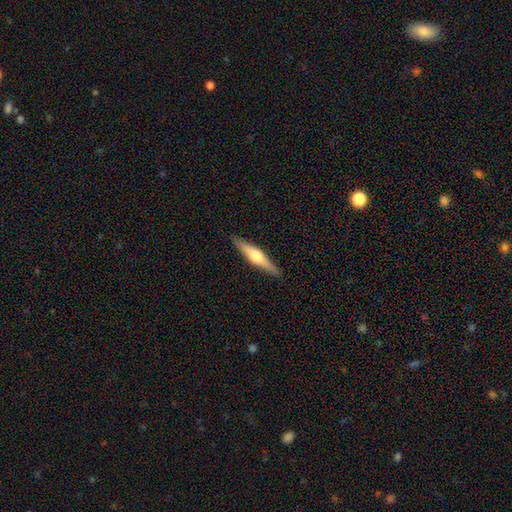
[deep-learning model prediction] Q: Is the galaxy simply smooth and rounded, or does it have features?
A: featured or disk — 63%.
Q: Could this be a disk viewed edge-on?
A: yes — 97%.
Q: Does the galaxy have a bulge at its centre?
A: rounded — 89%.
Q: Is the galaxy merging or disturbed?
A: none — 90%.